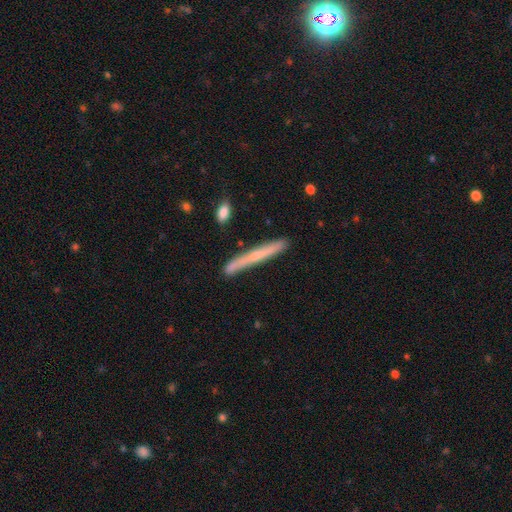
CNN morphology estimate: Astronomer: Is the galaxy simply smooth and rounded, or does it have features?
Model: featured or disk — 50% (runner-up: smooth, 43%).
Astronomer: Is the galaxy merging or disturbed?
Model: none — 83%.